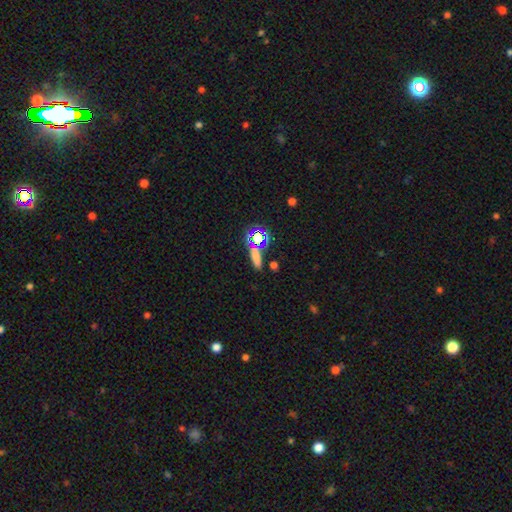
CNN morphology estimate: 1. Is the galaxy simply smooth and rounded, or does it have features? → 59% smooth, 31% star or artifact, 10% featured or disk.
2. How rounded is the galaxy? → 48% cigar-shaped, 36% in between, 16% round.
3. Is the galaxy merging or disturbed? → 74% none, 11% minor disturbance, 10% merger, 5% major disturbance.